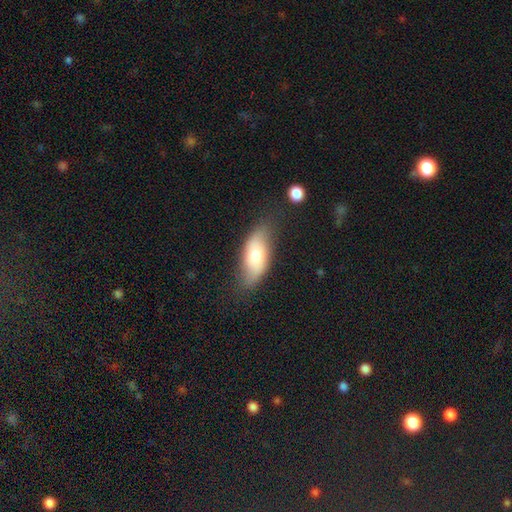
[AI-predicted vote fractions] Smooth or featured?
  - smooth: 61% *
  - featured or disk: 32%
  - star or artifact: 7%
How rounded?
  - in between: 80% *
  - cigar-shaped: 16%
  - round: 3%
Merging?
  - none: 69% *
  - minor disturbance: 23%
  - major disturbance: 6%
  - merger: 2%